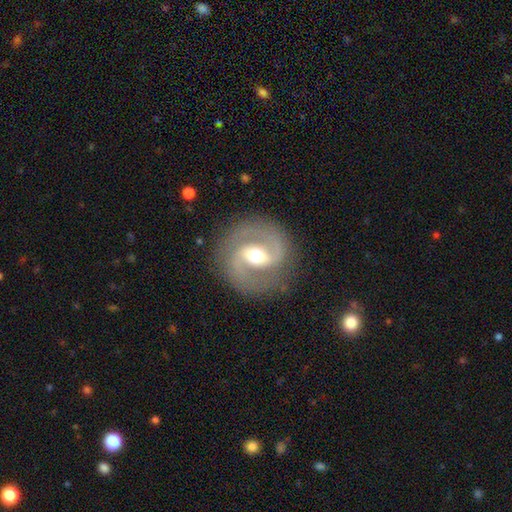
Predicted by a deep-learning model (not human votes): featured or disk 87%, smooth 8%, star or artifact 5%. Down the decision tree: edge-on disk — no (98%); bar — weak (46%); spiral arms — yes (94%); spiral arm count — 2 (92%); spiral winding — medium (57%); bulge size — moderate (69%); merging — none (85%).